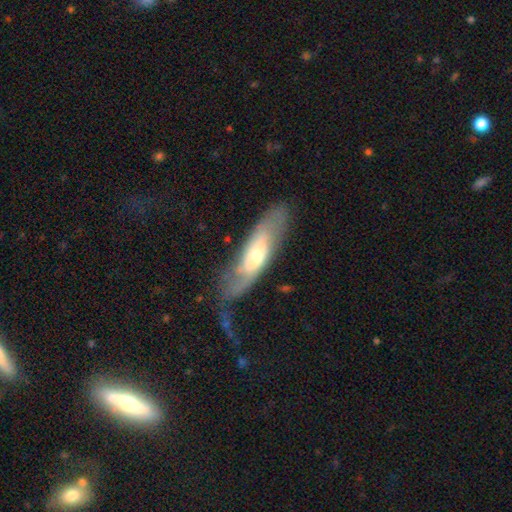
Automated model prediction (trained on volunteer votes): Smooth or featured? Predicted: featured or disk (p=0.55). Edge-on disk? Predicted: no (p=0.64). Merging? Predicted: none (p=0.52).